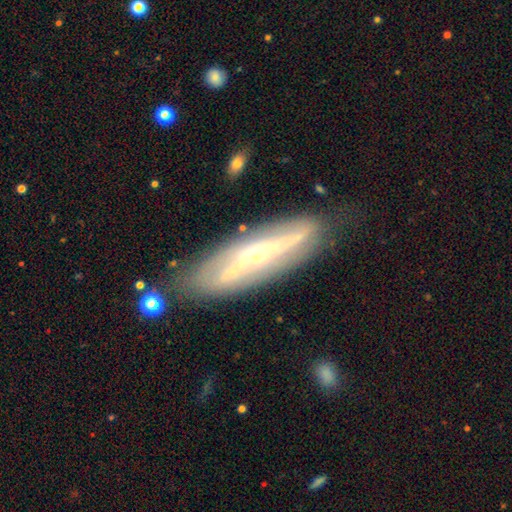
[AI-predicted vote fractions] A featured or disk galaxy (76%).

Vote fractions:
- Smooth or featured? featured or disk: 76% / smooth: 18% / star or artifact: 6%
- Edge-on disk? no: 59% / yes: 41%
- Merging? none: 77% / minor disturbance: 16% / major disturbance: 5% / merger: 2%